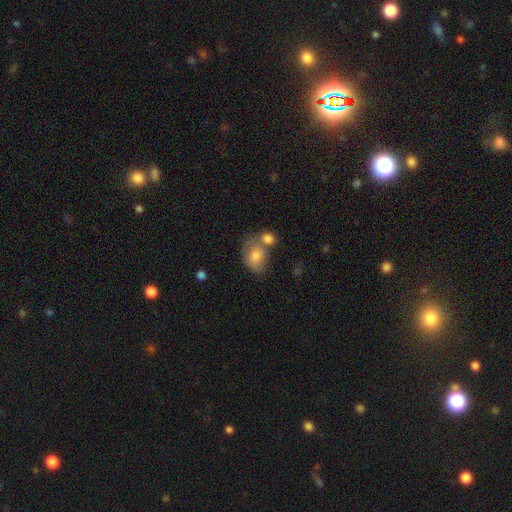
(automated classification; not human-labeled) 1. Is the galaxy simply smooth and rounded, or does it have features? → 75% smooth, 17% featured or disk, 8% star or artifact.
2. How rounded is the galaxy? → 61% in between, 38% round, 1% cigar-shaped.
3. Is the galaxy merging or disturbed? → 45% merger, 32% none, 15% minor disturbance, 8% major disturbance.